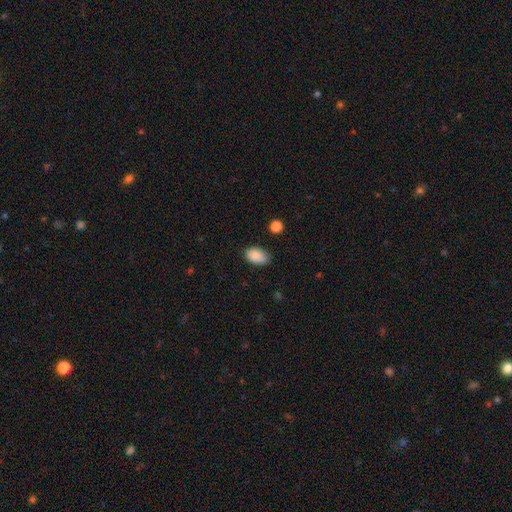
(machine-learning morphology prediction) Smooth or featured?
  - smooth: 87% *
  - star or artifact: 8%
  - featured or disk: 5%
How rounded?
  - in between: 90% *
  - round: 9%
  - cigar-shaped: 1%
Merging?
  - none: 76% *
  - minor disturbance: 19%
  - major disturbance: 3%
  - merger: 2%